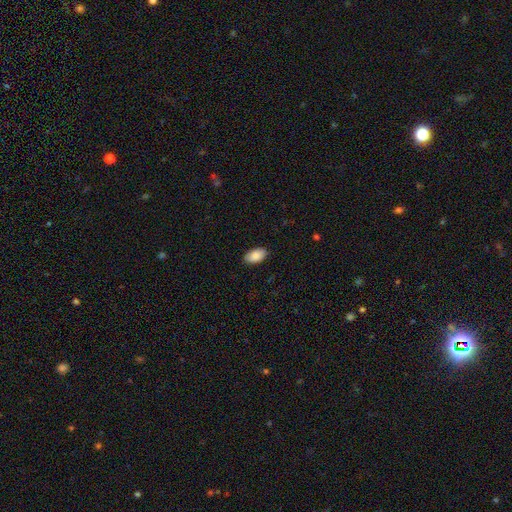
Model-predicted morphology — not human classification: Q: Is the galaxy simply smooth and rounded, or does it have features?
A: smooth — 89%.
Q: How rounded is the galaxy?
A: in between — 95%.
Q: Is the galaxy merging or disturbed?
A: none — 88%.